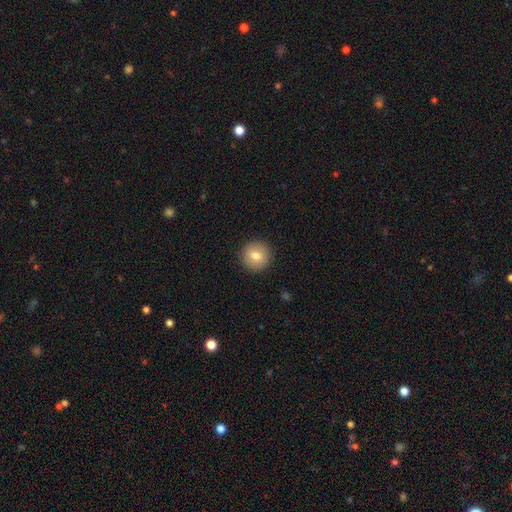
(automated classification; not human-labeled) Smooth or featured: smooth — 76% (featured or disk — 16%)
How rounded: round — 92% (in between — 7%)
Merging: none — 91% (minor disturbance — 6%)